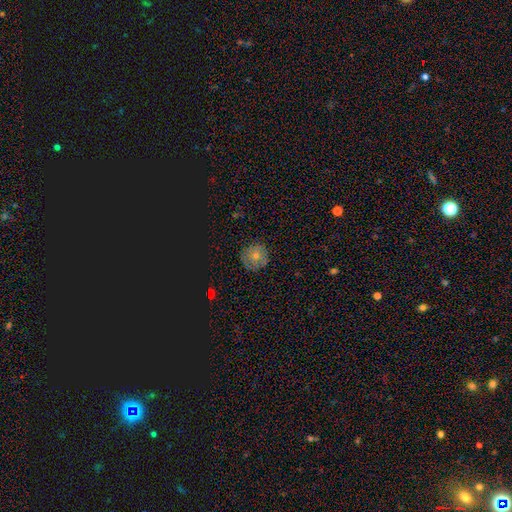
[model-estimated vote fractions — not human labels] Q: Smooth or featured?
A: smooth (64%); runner-up: featured or disk (23%)
Q: How rounded?
A: round (92%); runner-up: in between (7%)
Q: Merging?
A: none (82%); runner-up: minor disturbance (13%)